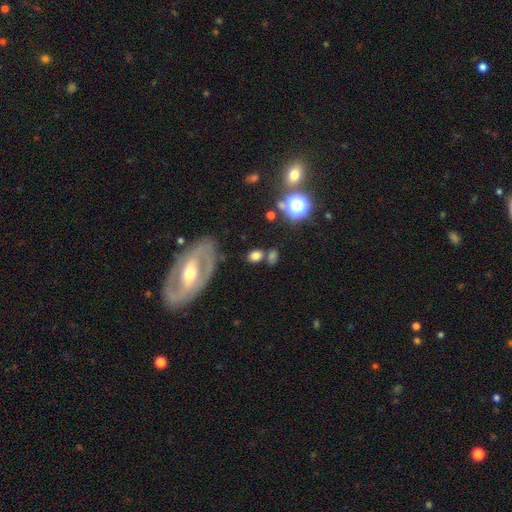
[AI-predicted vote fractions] The model was most divided on "how rounded": in between: 67%, round: 30%, cigar-shaped: 3%. More confident: smooth or featured — smooth (68%); merging — none (63%).